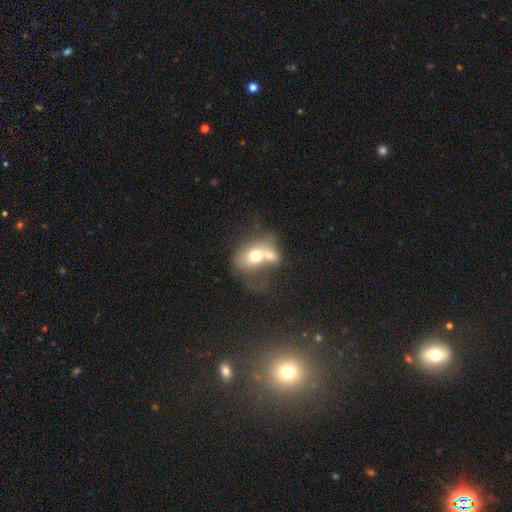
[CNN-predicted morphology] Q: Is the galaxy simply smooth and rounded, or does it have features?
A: smooth — 61%.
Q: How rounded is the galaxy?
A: in between — 68%.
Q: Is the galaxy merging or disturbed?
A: merger — 64%.